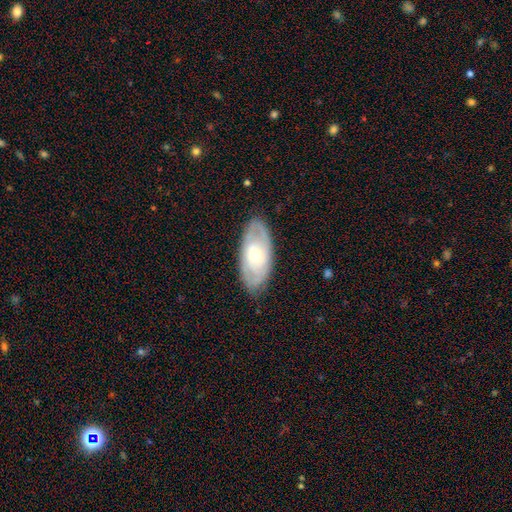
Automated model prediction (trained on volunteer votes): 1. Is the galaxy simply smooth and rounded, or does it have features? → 60% featured or disk, 34% smooth, 6% star or artifact.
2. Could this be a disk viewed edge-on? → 88% no, 12% yes.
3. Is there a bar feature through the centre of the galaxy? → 80% no, 16% weak, 4% strong.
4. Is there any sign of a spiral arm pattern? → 55% yes, 45% no.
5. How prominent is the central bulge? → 52% moderate, 43% small, 3% large, 1% dominant, 1% none.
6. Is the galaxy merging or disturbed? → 82% none, 13% minor disturbance, 4% major disturbance, 1% merger.